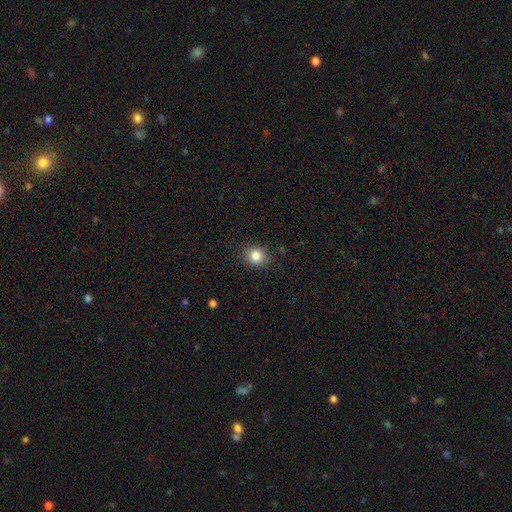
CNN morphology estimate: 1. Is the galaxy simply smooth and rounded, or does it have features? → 84% smooth, 11% star or artifact, 6% featured or disk.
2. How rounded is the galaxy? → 77% round, 22% in between, 1% cigar-shaped.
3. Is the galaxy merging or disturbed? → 88% none, 9% minor disturbance, 2% major disturbance, 1% merger.